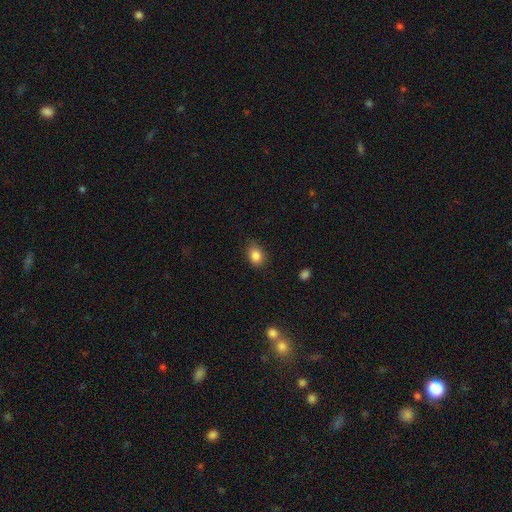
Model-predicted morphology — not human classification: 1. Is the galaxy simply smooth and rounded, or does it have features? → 85% smooth, 10% star or artifact, 5% featured or disk.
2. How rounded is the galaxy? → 65% in between, 34% round, 1% cigar-shaped.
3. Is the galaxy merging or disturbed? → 82% none, 14% minor disturbance, 3% major disturbance, 1% merger.